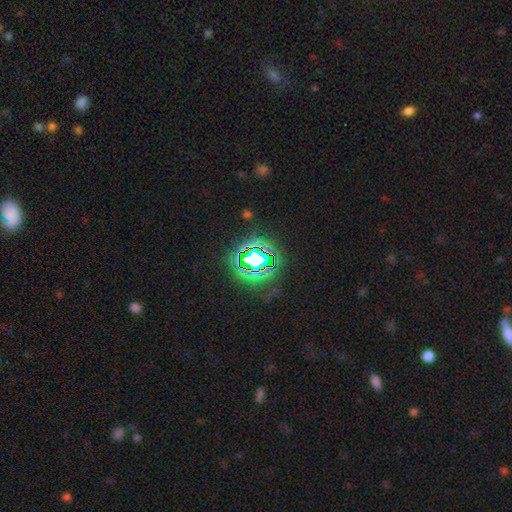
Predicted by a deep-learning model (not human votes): smooth-or-featured: star or artifact: 75% | smooth: 15% | featured or disk: 10%